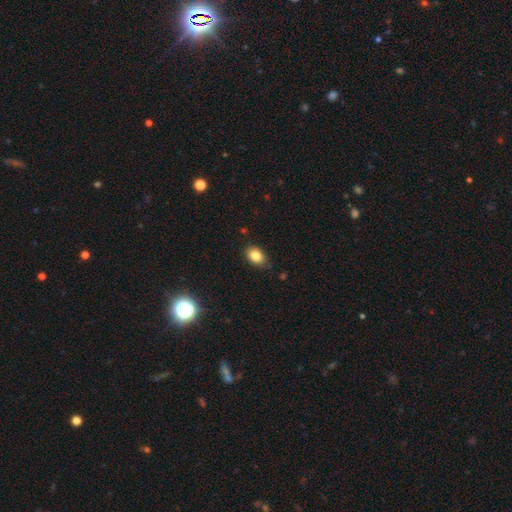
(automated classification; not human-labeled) A smooth galaxy with no disk features (83%) that is in between round and cigar-shaped (75%).

Vote fractions:
- Smooth or featured? smooth: 83% / star or artifact: 10% / featured or disk: 8%
- How rounded? in between: 75% / round: 24% / cigar-shaped: 1%
- Merging? none: 80% / minor disturbance: 16% / major disturbance: 3% / merger: 1%